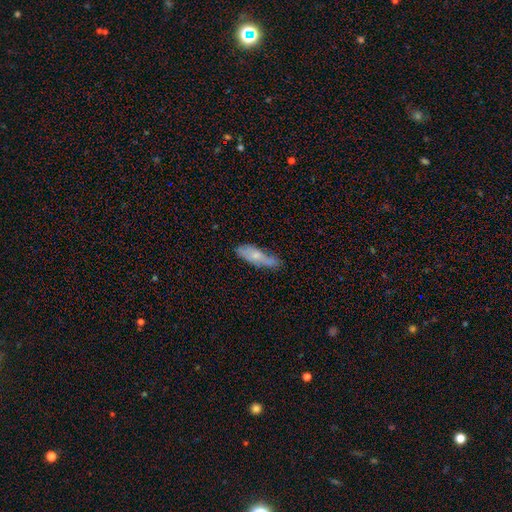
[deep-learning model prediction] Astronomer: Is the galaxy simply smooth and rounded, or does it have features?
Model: smooth — 62%.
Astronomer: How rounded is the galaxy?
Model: in between — 51% (runner-up: cigar-shaped, 46%).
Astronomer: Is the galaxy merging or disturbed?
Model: none — 57% (runner-up: minor disturbance, 33%).